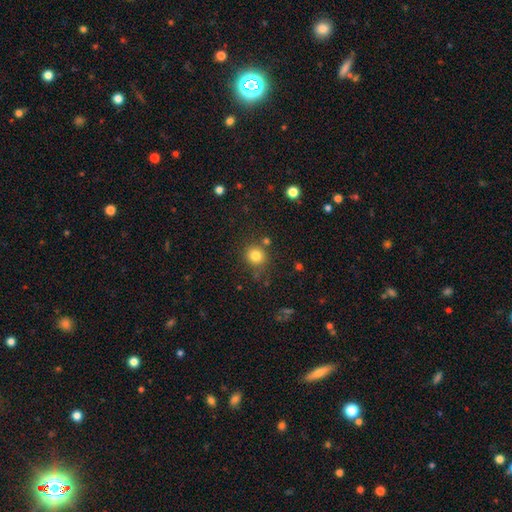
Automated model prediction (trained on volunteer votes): smooth_or_featured: smooth (p=0.82) [alt: star or artifact p=0.12]
how_rounded: round (p=0.90) [alt: in between p=0.09]
merging: none (p=0.78) [alt: minor disturbance p=0.11]